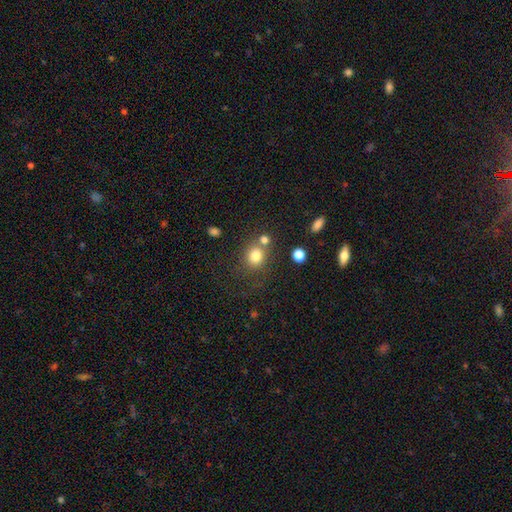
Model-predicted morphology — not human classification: Smooth or featured?
  - smooth: 80% *
  - star or artifact: 13%
  - featured or disk: 8%
How rounded?
  - round: 78% *
  - in between: 21%
  - cigar-shaped: 1%
Merging?
  - none: 61% *
  - merger: 23%
  - minor disturbance: 11%
  - major disturbance: 5%